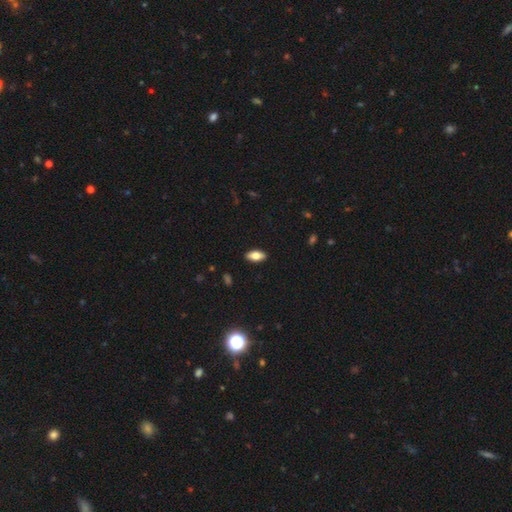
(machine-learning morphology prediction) Overall: smooth (75%). How rounded: in between (88%). Merging: none (89%).